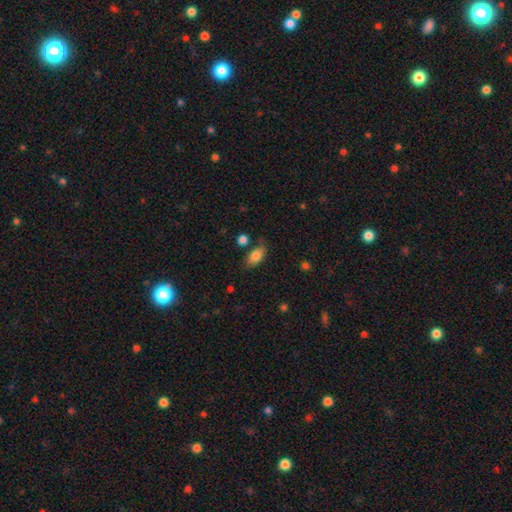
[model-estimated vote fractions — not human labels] Morphology: type=smooth (82%); roundness=in between (90%); merging=none (72%).